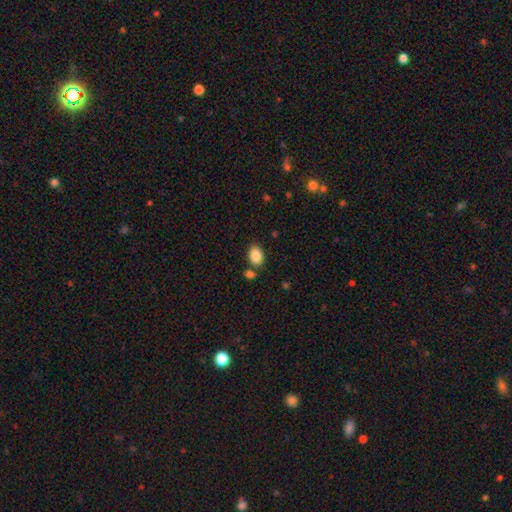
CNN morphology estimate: Smooth or featured? smooth (87%)
How rounded? in between (84%)
Merging? none (75%)